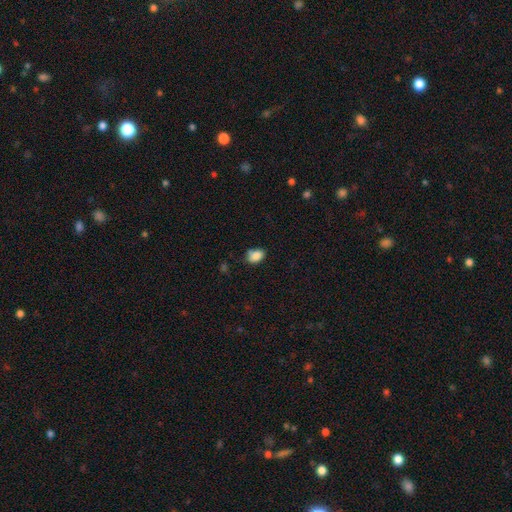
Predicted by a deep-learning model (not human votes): This is clearly a smooth galaxy (86%). How rounded: likely in between (76%). Merging: likely none (67%).